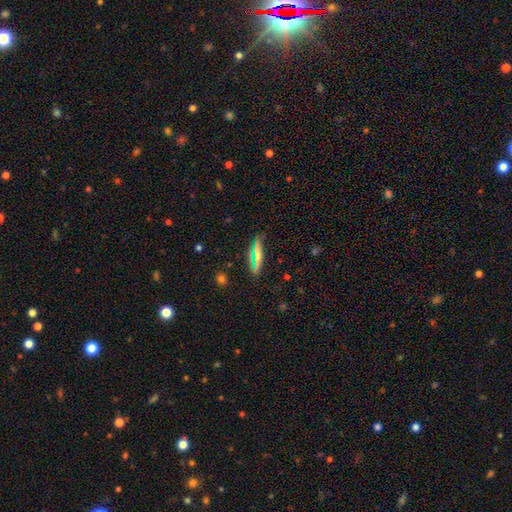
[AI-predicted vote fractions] smooth_or_featured: smooth (p=0.54) [alt: featured or disk p=0.28]
how_rounded: in between (p=0.50) [alt: cigar-shaped p=0.44]
merging: none (p=0.81) [alt: minor disturbance p=0.13]